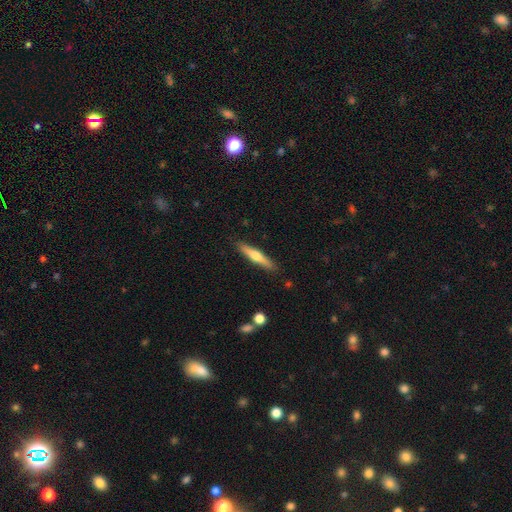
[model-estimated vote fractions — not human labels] Smooth or featured? Predicted: featured or disk (p=0.49). Merging? Predicted: none (p=0.89).